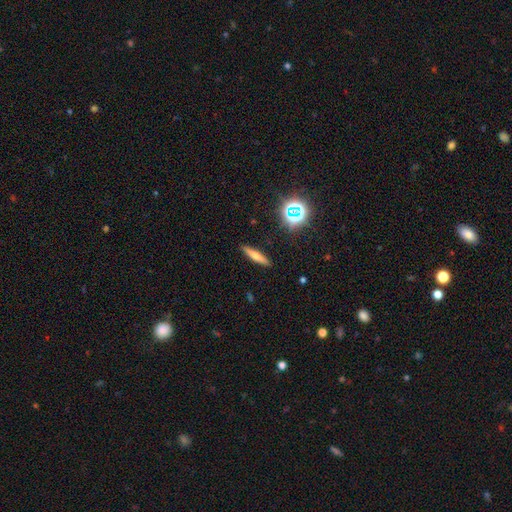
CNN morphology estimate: This appears to be a smooth galaxy with no disk features (56%) that is cigar-shaped (85%). Merging: none (89%).